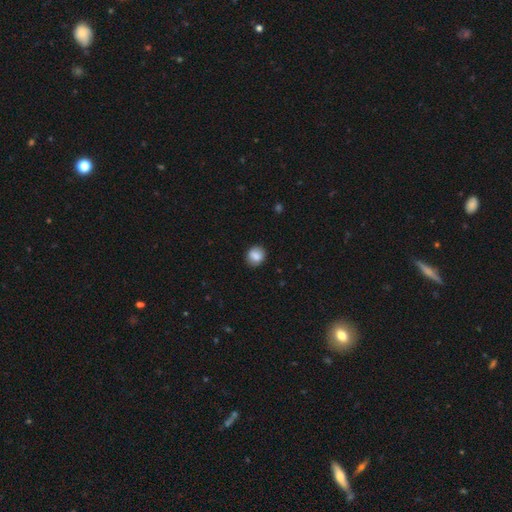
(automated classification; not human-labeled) This appears to be a smooth galaxy with no disk features (85%) that is round (78%). Merging: none (85%).